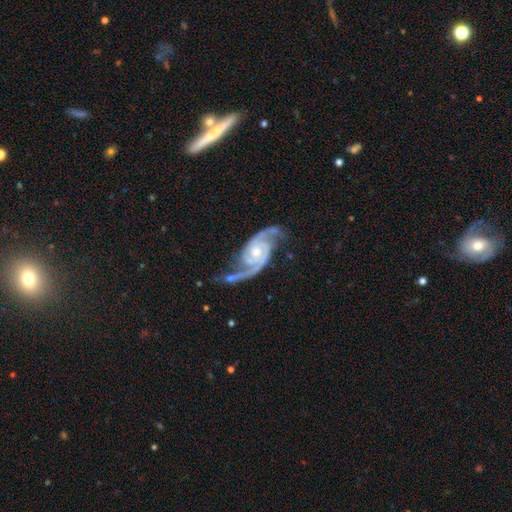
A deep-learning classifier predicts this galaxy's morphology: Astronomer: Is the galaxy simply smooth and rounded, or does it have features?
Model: featured or disk — 93%.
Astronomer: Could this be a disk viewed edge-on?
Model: no — 97%.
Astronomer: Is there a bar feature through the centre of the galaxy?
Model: no — 59%.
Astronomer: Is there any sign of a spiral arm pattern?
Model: yes — 99%.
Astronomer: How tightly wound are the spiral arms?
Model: medium — 55%.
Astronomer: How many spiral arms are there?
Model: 2 — 90%.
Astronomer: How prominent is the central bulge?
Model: small — 54% (runner-up: moderate, 39%).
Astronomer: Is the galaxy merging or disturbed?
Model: none — 72%.